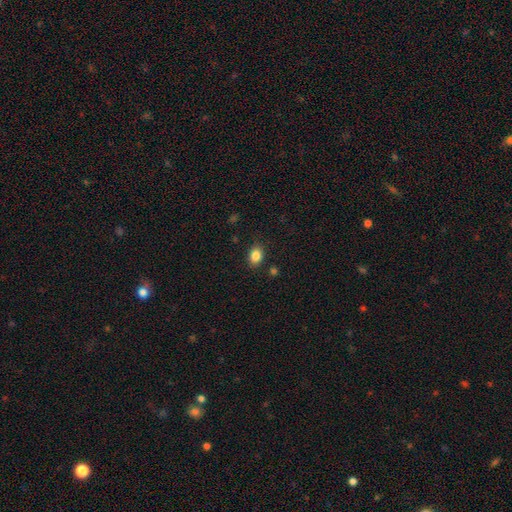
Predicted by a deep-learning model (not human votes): smooth-or-featured: smooth: 85% | star or artifact: 10% | featured or disk: 5%
  how-rounded: in between: 64% | round: 35% | cigar-shaped: 1%
  merging: none: 85% | minor disturbance: 10% | major disturbance: 3% | merger: 2%